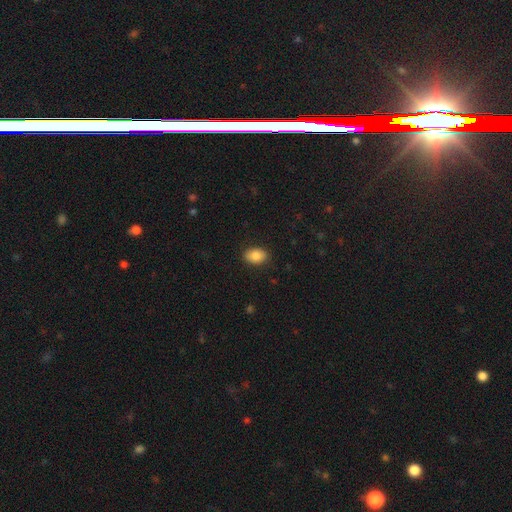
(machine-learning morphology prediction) A smooth galaxy with no disk features (86%) that is in between round and cigar-shaped (83%). Merging: none (88%).